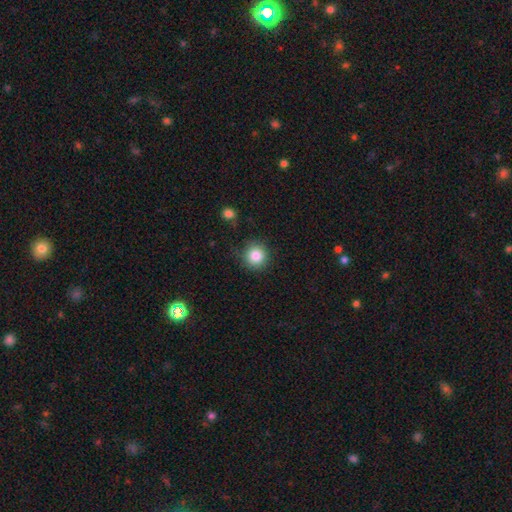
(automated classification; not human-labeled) A smooth galaxy with no disk features (85%) that is round (94%). Merging: none (83%).